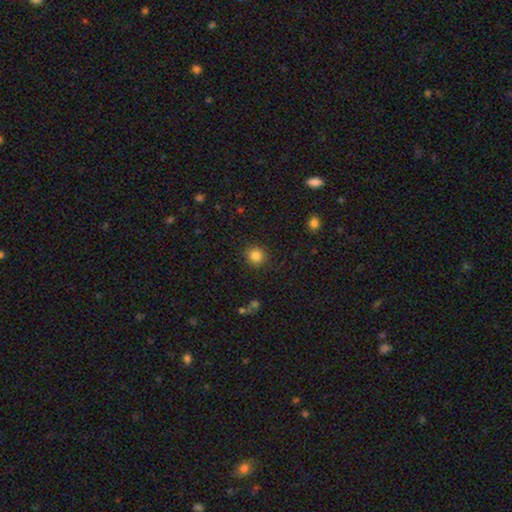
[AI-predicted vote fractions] Smooth or featured: smooth — 84% (star or artifact — 11%)
How rounded: round — 90% (in between — 9%)
Merging: none — 88% (minor disturbance — 8%)